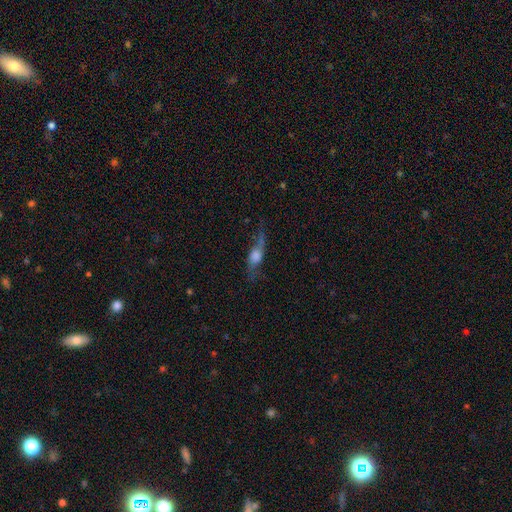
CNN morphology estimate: smooth-or-featured: featured or disk: 51% | smooth: 39% | star or artifact: 10%
  disk-edge-on: no: 53% | yes: 47%
  merging: none: 52% | minor disturbance: 23% | major disturbance: 22% | merger: 3%